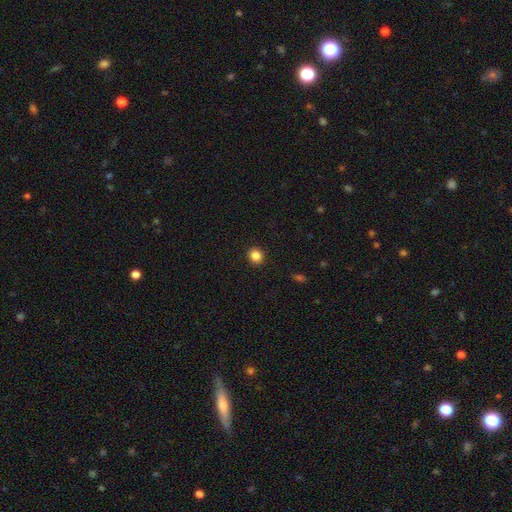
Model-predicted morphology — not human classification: Smooth or featured? Predicted: smooth (p=0.85). How rounded? Predicted: round (p=0.83). Merging? Predicted: none (p=0.92).